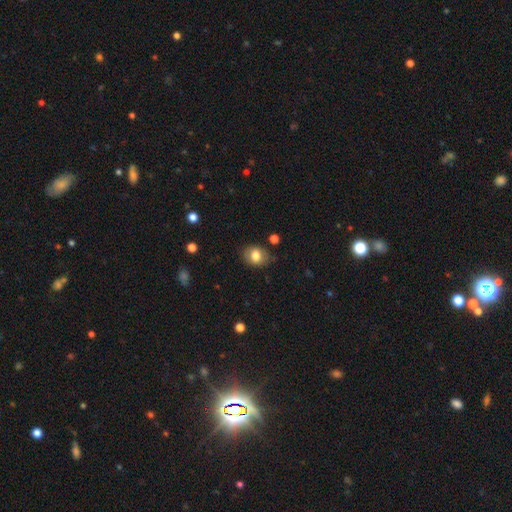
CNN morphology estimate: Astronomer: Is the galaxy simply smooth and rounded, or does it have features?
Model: smooth — 78%.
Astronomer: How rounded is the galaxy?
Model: in between — 57% (runner-up: round, 42%).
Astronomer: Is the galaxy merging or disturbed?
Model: none — 76%.